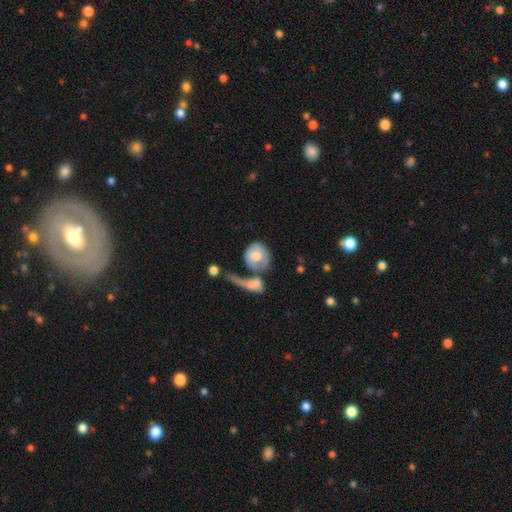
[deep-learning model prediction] Smooth or featured: smooth — 64% (featured or disk — 31%)
How rounded: round — 71% (in between — 27%)
Merging: merger — 38% (major disturbance — 24%)